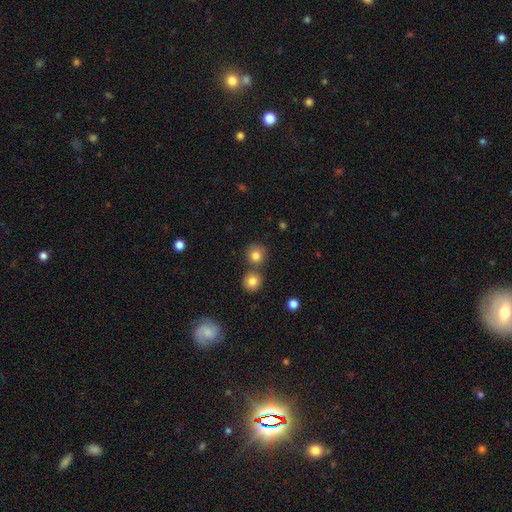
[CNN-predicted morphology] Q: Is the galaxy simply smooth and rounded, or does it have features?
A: smooth — 81%.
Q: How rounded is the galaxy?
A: round — 89%.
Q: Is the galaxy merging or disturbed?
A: none — 63%.